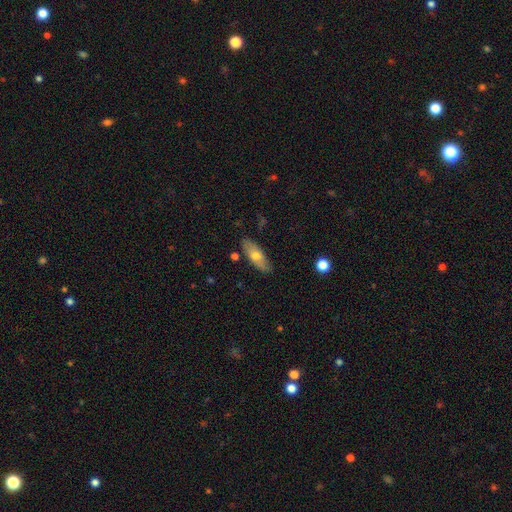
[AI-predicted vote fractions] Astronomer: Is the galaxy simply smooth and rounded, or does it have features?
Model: smooth — 62%.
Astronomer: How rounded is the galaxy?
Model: in between — 72%.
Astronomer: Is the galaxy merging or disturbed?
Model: none — 83%.